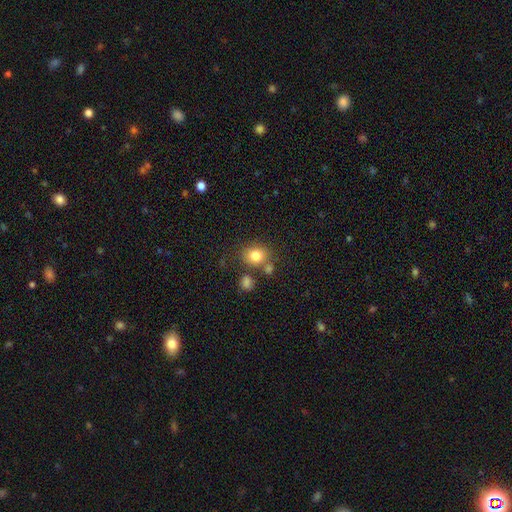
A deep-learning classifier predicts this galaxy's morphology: smooth-or-featured: smooth: 81% | star or artifact: 12% | featured or disk: 8%
  how-rounded: round: 74% | in between: 26% | cigar-shaped: 1%
  merging: none: 70% | merger: 14% | minor disturbance: 12% | major disturbance: 4%